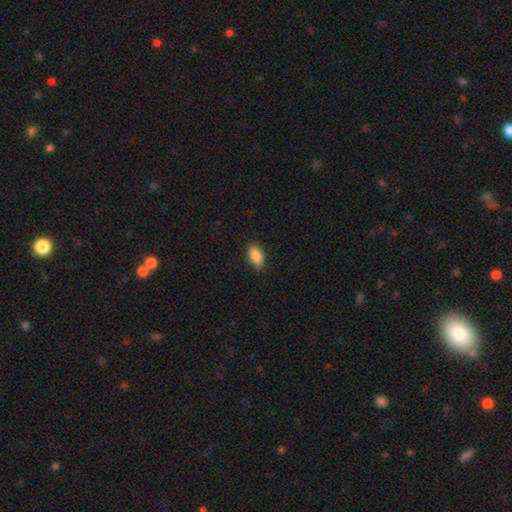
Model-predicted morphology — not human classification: smooth_or_featured: smooth (p=0.89) [alt: star or artifact p=0.07]
how_rounded: in between (p=0.92) [alt: round p=0.04]
merging: none (p=0.86) [alt: minor disturbance p=0.11]